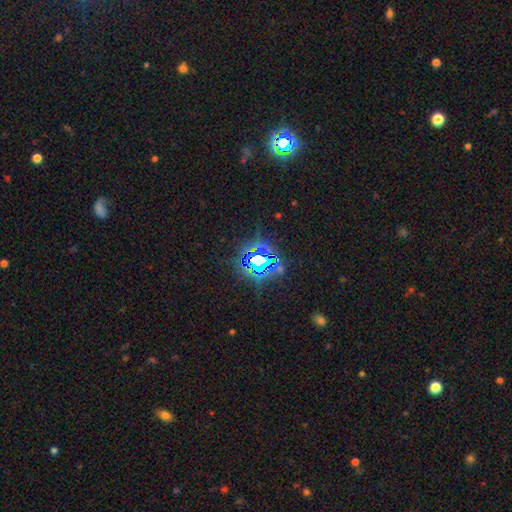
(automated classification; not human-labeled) Morphology: type=star or artifact (79%).